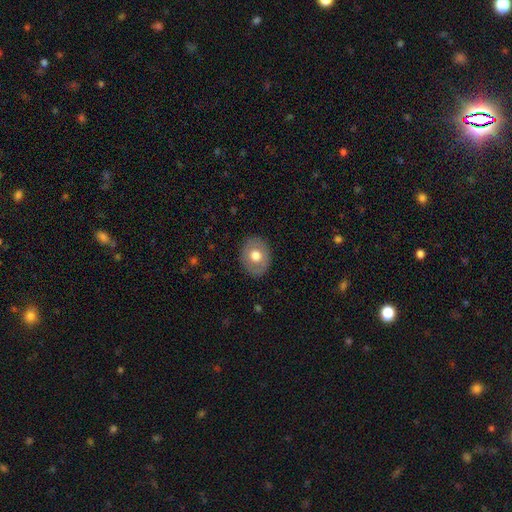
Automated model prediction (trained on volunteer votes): Smooth or featured? Predicted: smooth (p=0.66). How rounded? Predicted: round (p=0.53). Merging? Predicted: none (p=0.87).